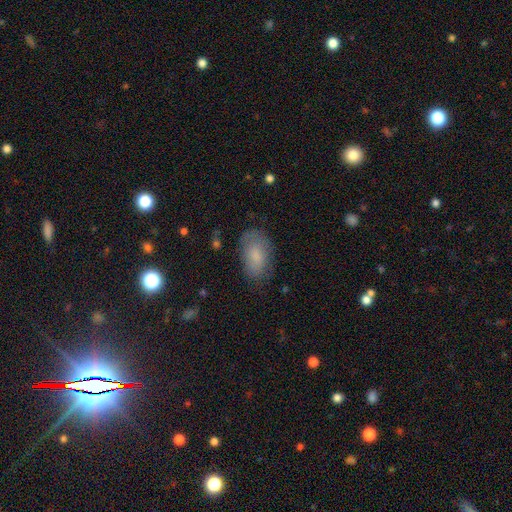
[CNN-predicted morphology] This is likely a smooth galaxy (77%). How rounded: clearly in between (92%). Merging: likely none (69%).